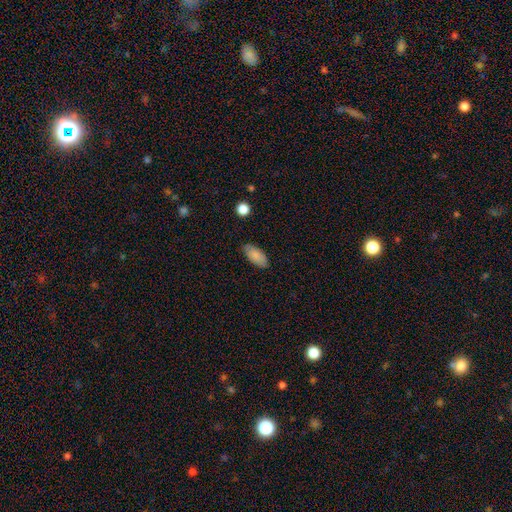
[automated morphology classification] smooth_or_featured: smooth (p=0.86) [alt: featured or disk p=0.07]
how_rounded: in between (p=0.91) [alt: cigar-shaped p=0.08]
merging: none (p=0.83) [alt: minor disturbance p=0.13]